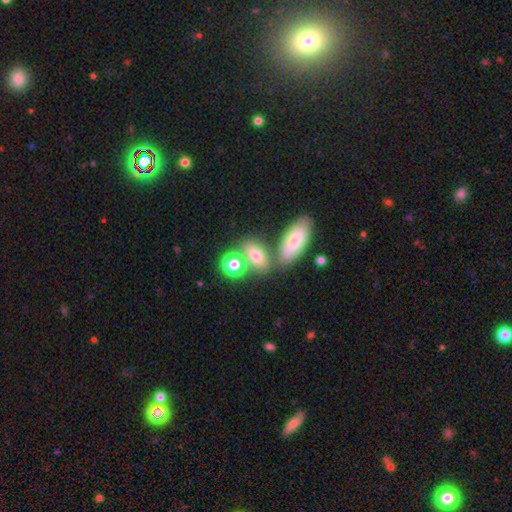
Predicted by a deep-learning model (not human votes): Smooth or featured? Predicted: smooth (p=0.68). How rounded? Predicted: in between (p=0.72). Merging? Predicted: none (p=0.52).